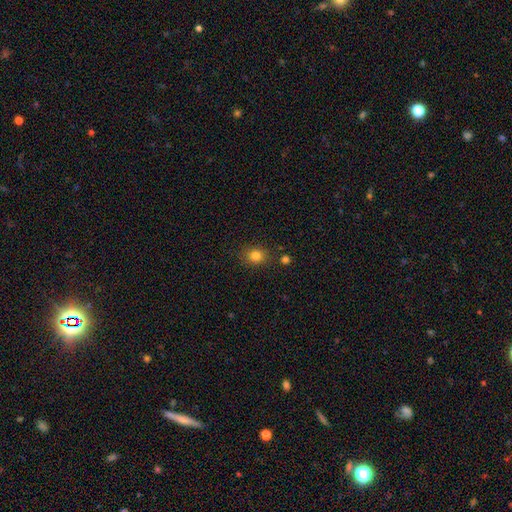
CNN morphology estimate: A smooth galaxy with no disk features (81%) that is round (70%).

Vote fractions:
- Smooth or featured? smooth: 81% / star or artifact: 13% / featured or disk: 6%
- How rounded? round: 70% / in between: 29% / cigar-shaped: 1%
- Merging? none: 82% / minor disturbance: 11% / merger: 4% / major disturbance: 3%